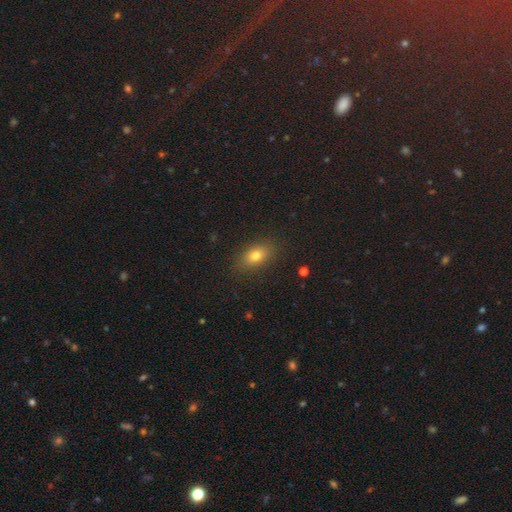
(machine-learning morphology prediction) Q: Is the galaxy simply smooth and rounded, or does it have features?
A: smooth — 74%.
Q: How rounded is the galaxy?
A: in between — 78%.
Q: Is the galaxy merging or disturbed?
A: none — 86%.